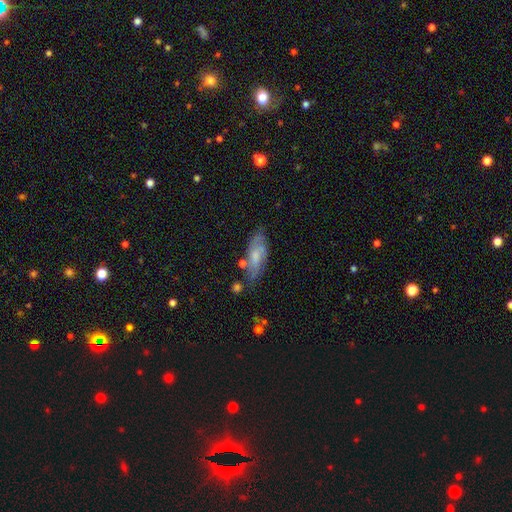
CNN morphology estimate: A featured or disk galaxy (50%). Merging: none (62%).